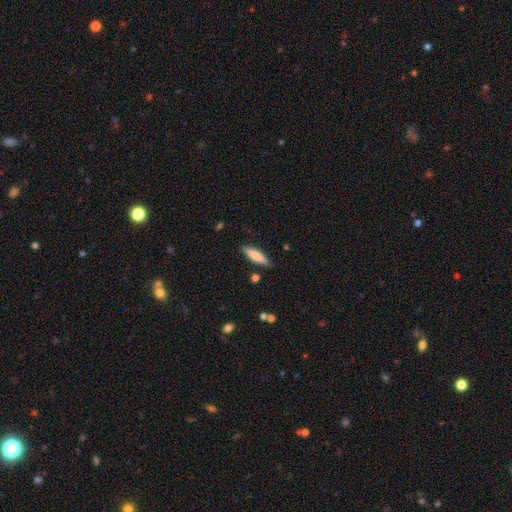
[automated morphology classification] This appears to be a smooth galaxy with no disk features (72%) that is cigar-shaped (76%). Merging: none (84%).